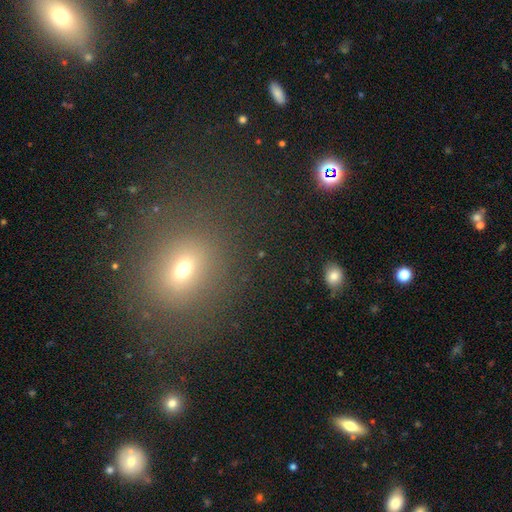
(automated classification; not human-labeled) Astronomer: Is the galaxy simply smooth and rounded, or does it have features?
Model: smooth — 58%.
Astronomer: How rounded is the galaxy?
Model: round — 57% (runner-up: in between, 41%).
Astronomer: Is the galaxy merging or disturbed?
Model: none — 85%.